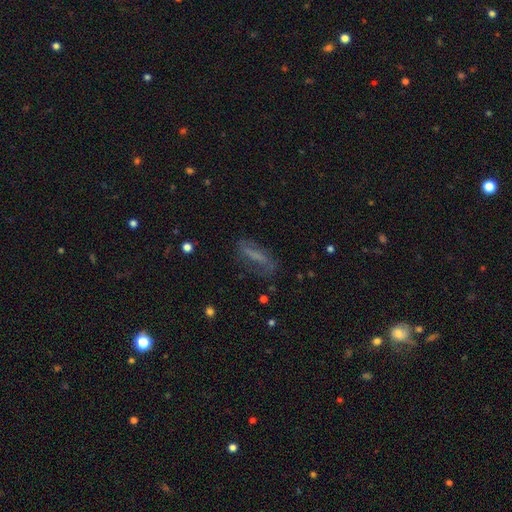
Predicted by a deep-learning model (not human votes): A smooth galaxy with no disk features (48%).

Vote fractions:
- Smooth or featured? smooth: 48% / featured or disk: 38% / star or artifact: 14%
- Merging? none: 62% / minor disturbance: 22% / major disturbance: 14% / merger: 2%